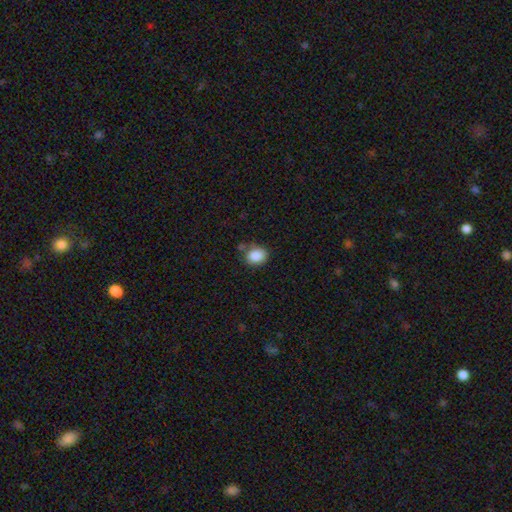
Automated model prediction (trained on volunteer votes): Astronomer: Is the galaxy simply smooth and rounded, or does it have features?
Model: smooth — 86%.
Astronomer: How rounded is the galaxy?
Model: round — 60% (runner-up: in between, 39%).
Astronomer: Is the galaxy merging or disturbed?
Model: none — 69%.